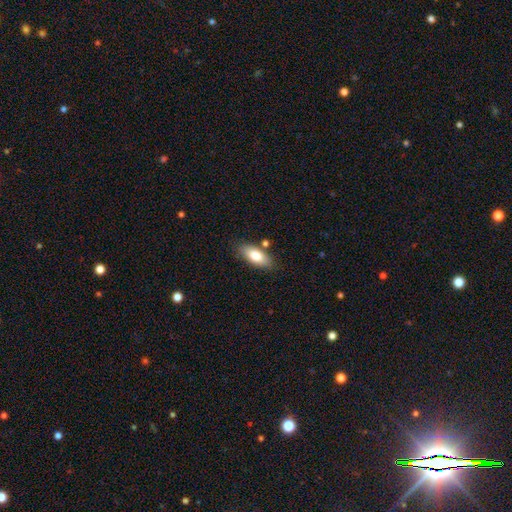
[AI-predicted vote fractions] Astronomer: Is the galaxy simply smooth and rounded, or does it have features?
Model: smooth — 79%.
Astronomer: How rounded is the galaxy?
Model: in between — 83%.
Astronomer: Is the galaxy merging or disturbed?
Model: none — 79%.